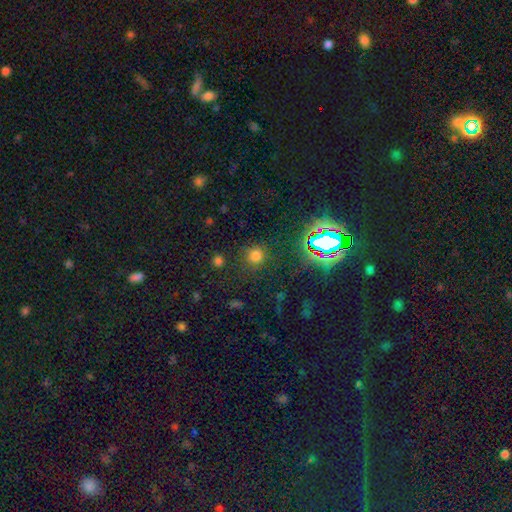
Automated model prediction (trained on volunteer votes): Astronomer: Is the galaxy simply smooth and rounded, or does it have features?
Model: smooth — 68%.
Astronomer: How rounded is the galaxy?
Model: round — 92%.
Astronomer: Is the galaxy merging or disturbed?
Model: none — 85%.